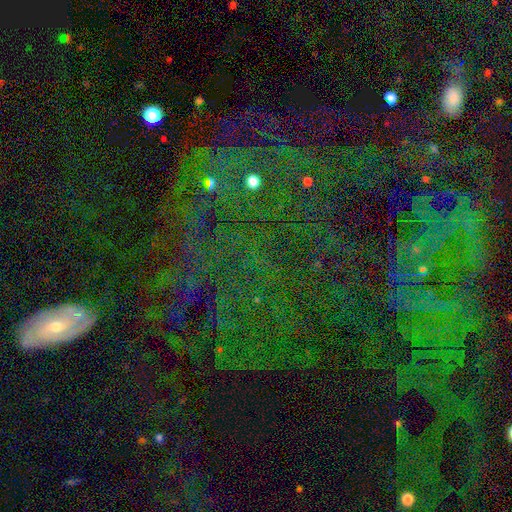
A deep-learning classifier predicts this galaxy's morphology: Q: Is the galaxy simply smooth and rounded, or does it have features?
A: star or artifact — 67%.